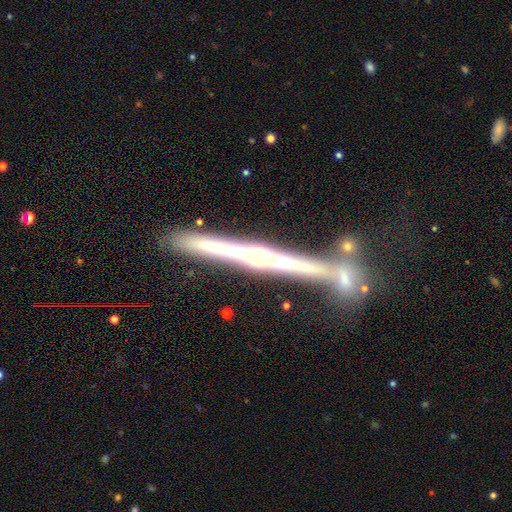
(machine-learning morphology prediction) The model was most divided on "edge-on bulge": rounded: 53%, none: 27%, boxy: 20%. More confident: edge-on disk — yes (97%); smooth or featured — featured or disk (82%); merging — none (74%).